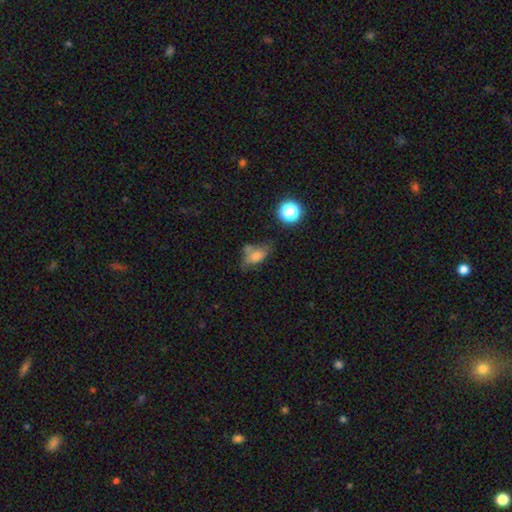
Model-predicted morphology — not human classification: type=smooth (66%); roundness=in between (81%); merging=none (44%).